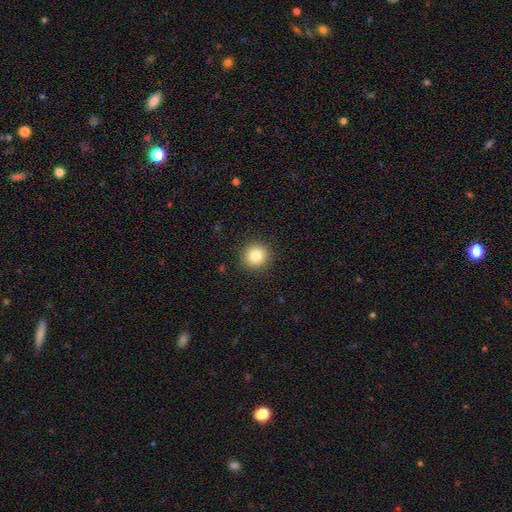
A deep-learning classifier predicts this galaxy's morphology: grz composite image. It shows a smooth galaxy with no disk features (82%) that is round (92%). Merging: none (91%).